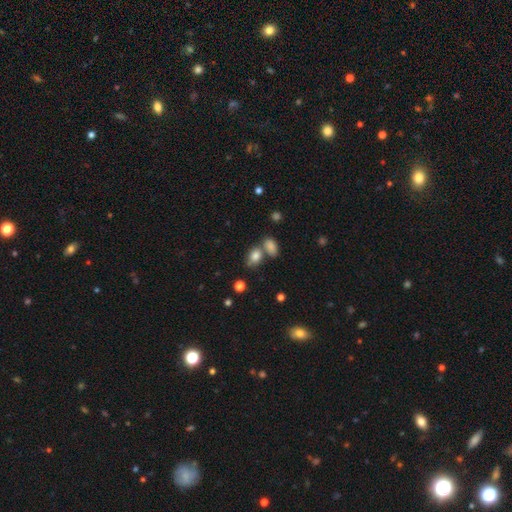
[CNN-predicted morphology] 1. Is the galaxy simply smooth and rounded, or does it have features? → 81% smooth, 11% star or artifact, 8% featured or disk.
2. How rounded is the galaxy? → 73% in between, 25% round, 2% cigar-shaped.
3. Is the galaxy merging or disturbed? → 48% none, 33% merger, 14% minor disturbance, 5% major disturbance.